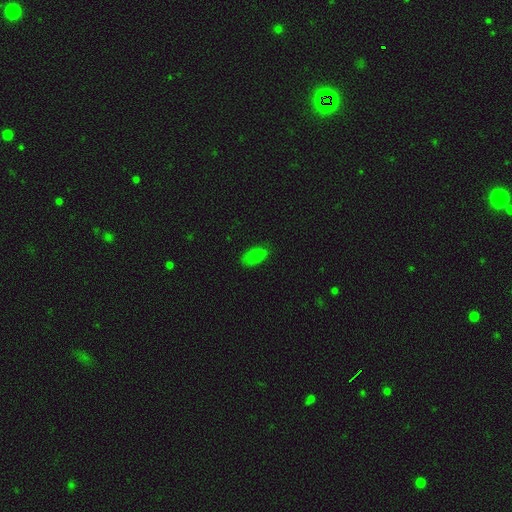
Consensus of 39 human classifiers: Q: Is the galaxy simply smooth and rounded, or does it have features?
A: smooth — 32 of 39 (82%).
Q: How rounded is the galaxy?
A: in between — 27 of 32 (84%).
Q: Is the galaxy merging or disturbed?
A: none — 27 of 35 (77%).